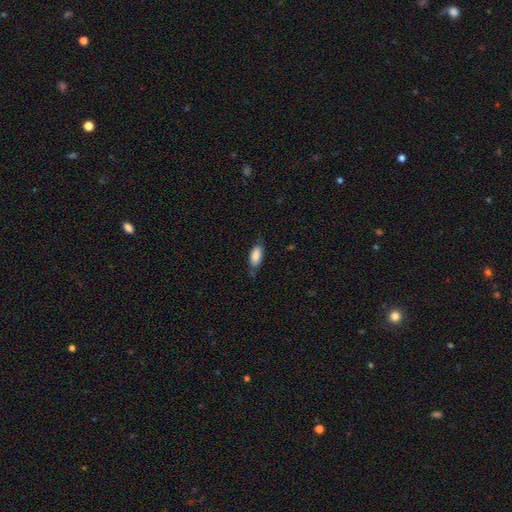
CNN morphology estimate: Smooth or featured? Predicted: smooth (p=0.86). How rounded? Predicted: in between (p=0.87). Merging? Predicted: none (p=0.68).